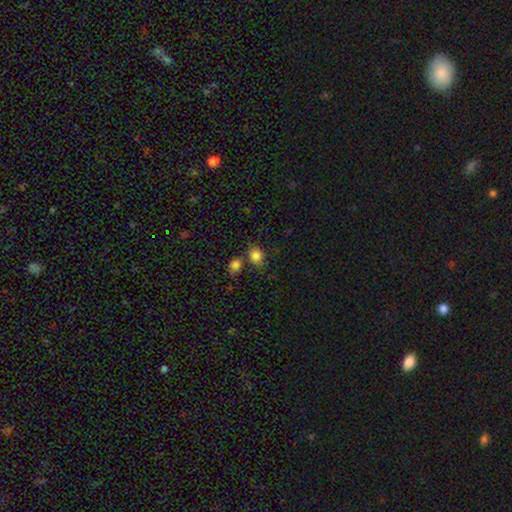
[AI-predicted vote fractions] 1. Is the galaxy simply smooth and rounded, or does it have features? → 84% smooth, 11% star or artifact, 5% featured or disk.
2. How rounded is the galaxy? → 51% round, 48% in between, 1% cigar-shaped.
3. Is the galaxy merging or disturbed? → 61% none, 20% merger, 14% minor disturbance, 5% major disturbance.